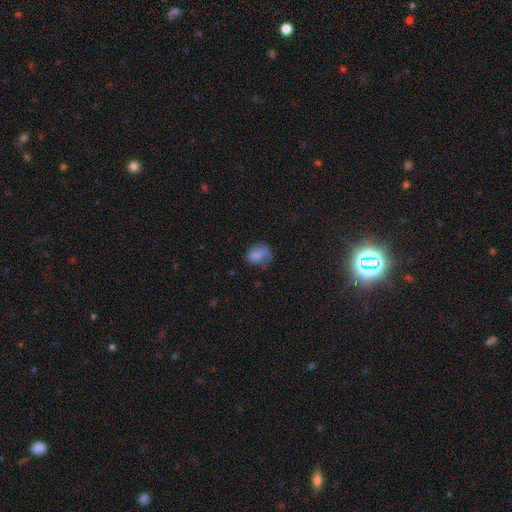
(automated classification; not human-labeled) smooth 65%, featured or disk 25%, star or artifact 11%. Down the decision tree: how rounded — in between (54%); merging — none (41%).